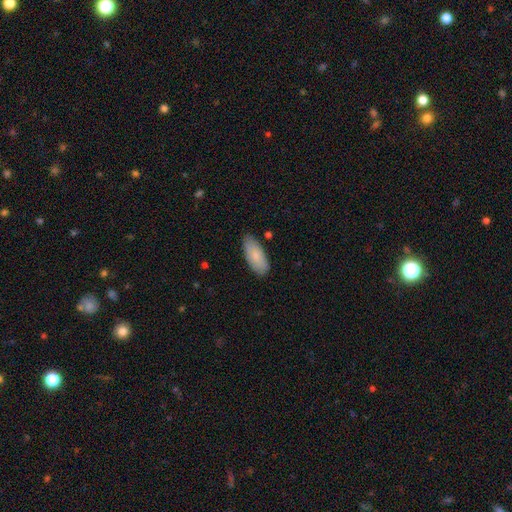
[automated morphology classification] Q: Smooth or featured?
A: smooth (82%); runner-up: featured or disk (13%)
Q: How rounded?
A: in between (87%); runner-up: cigar-shaped (12%)
Q: Merging?
A: none (80%); runner-up: minor disturbance (16%)